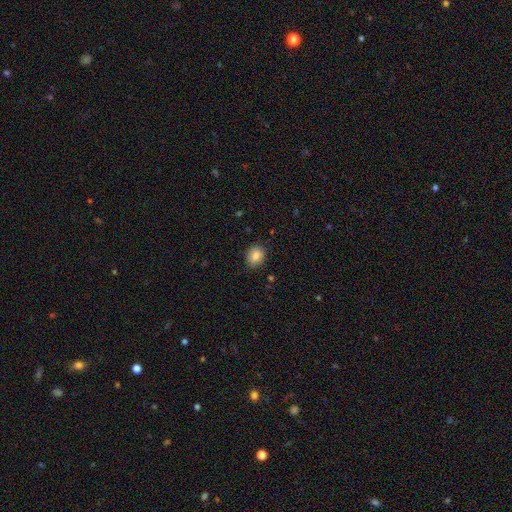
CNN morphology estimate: The model was most divided on "how rounded": in between: 50%, round: 49%, cigar-shaped: 1%. More confident: smooth or featured — smooth (84%); merging — none (83%).